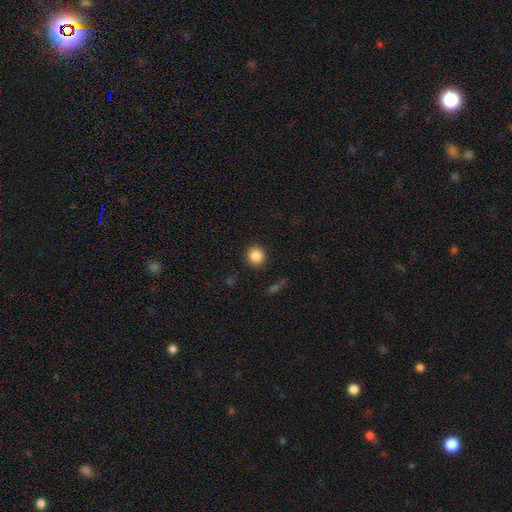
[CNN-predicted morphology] Smooth or featured? smooth (86%)
How rounded? round (91%)
Merging? none (90%)